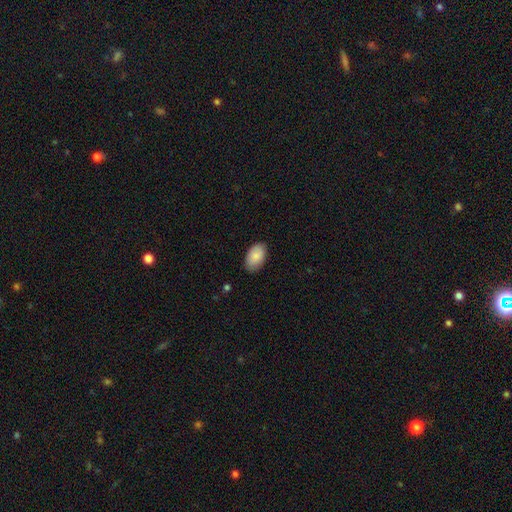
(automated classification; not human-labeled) smooth_or_featured: smooth (p=0.85) [alt: featured or disk p=0.08]
how_rounded: in between (p=0.94) [alt: round p=0.05]
merging: none (p=0.84) [alt: minor disturbance p=0.13]